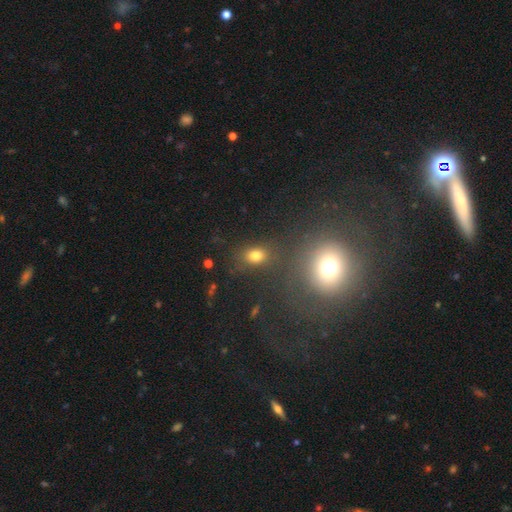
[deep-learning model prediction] smooth_or_featured: smooth (p=0.75) [alt: star or artifact p=0.17]
how_rounded: in between (p=0.67) [alt: round p=0.31]
merging: none (p=0.77) [alt: minor disturbance p=0.11]